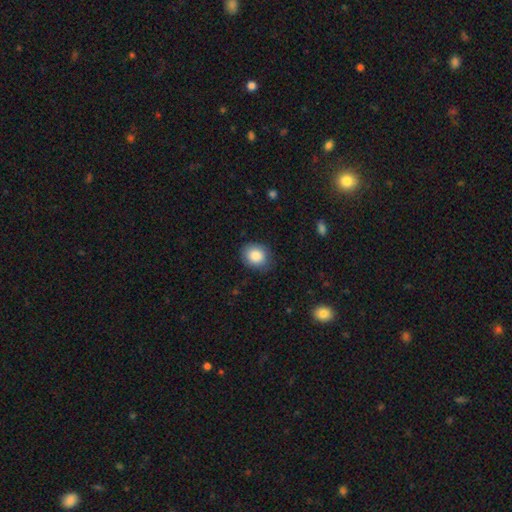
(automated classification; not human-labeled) A smooth galaxy with no disk features (87%) that is round (59%). Merging: none (81%).